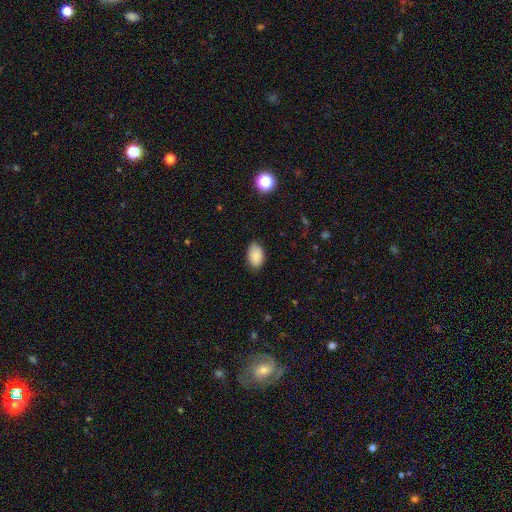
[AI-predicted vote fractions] The model was most divided on "merging": none: 81%, minor disturbance: 16%, major disturbance: 3%, merger: 1%. More confident: how rounded — in between (91%); smooth or featured — smooth (88%).